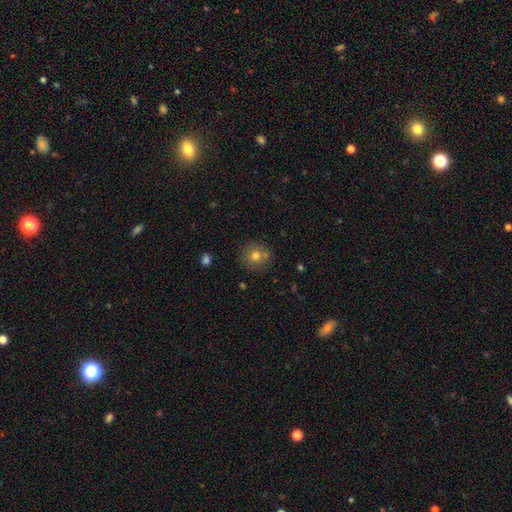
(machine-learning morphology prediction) type=smooth (74%); roundness=round (92%); merging=none (76%).